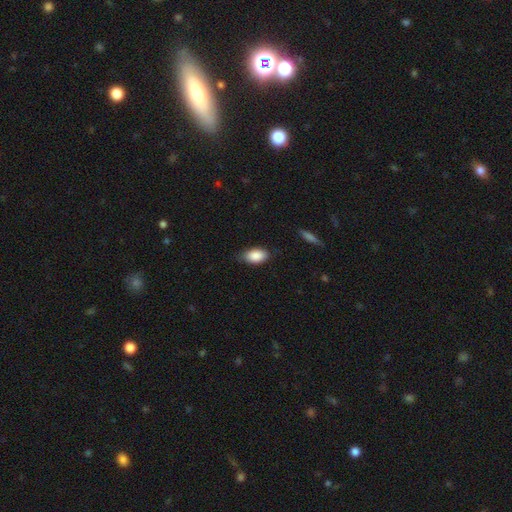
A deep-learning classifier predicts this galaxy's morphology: This is clearly a smooth galaxy (88%). How rounded: clearly in between (92%). Merging: likely none (75%).